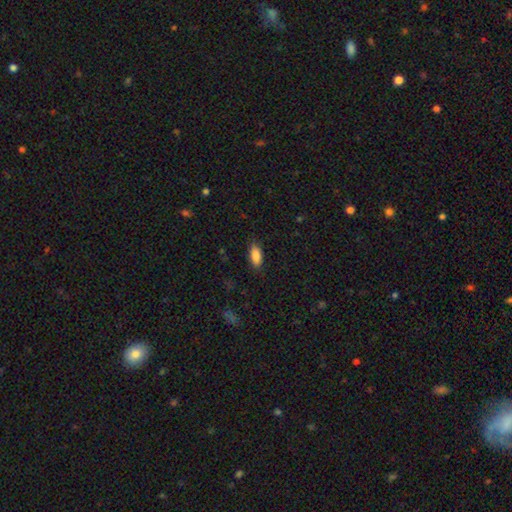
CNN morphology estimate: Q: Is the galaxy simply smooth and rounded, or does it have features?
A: smooth — 87%.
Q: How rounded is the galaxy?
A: in between — 87%.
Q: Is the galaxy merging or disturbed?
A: none — 82%.